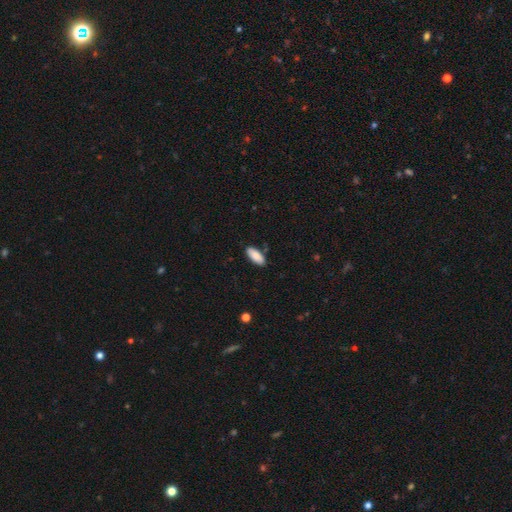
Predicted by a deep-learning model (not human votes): Smooth or featured: smooth — 88% (featured or disk — 6%)
How rounded: in between — 85% (cigar-shaped — 13%)
Merging: none — 84% (minor disturbance — 12%)